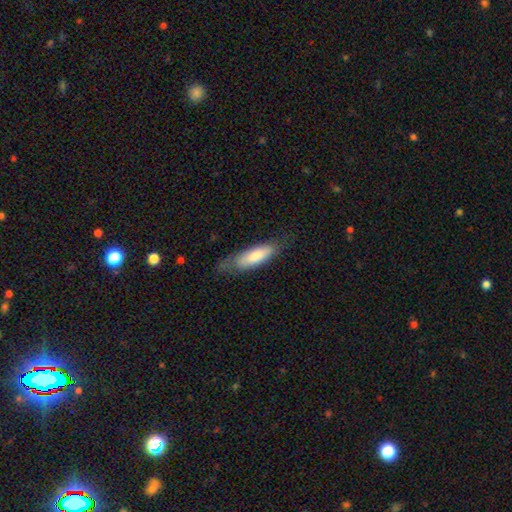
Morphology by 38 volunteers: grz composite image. It shows a smooth galaxy with no disk features (53%) that is cigar-shaped (55%). Merging: none (60%).